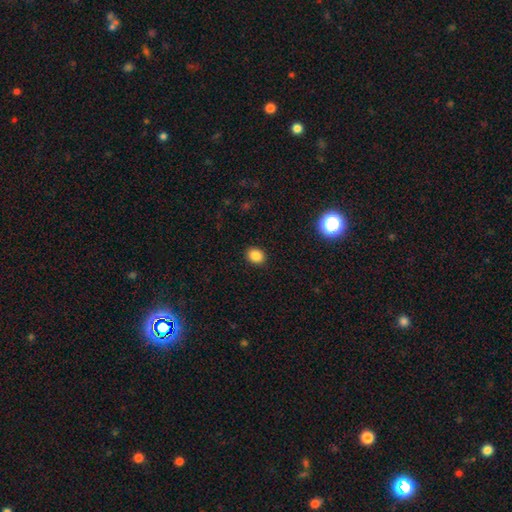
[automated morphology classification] This appears to be a smooth galaxy with no disk features (85%) that is round (51%). Merging: none (90%).